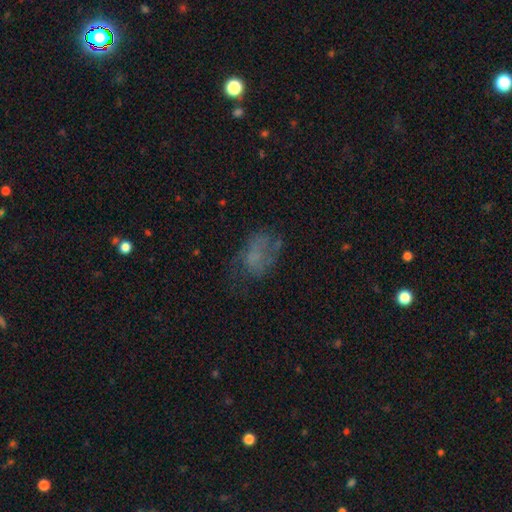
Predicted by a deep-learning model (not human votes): This is possibly a smooth galaxy (46%). Merging: marginally none (42%).